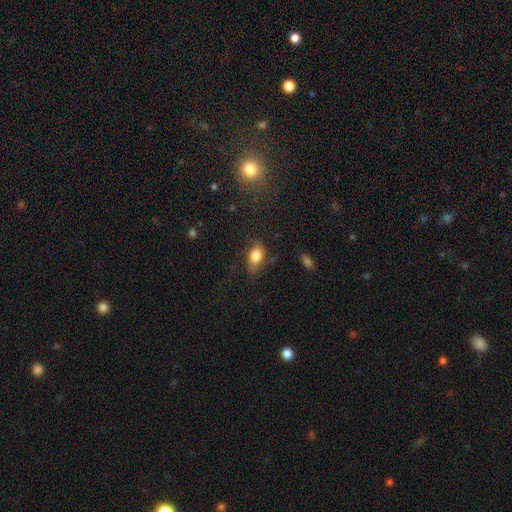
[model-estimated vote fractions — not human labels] This appears to be a smooth galaxy with no disk features (77%) that is in between round and cigar-shaped (82%). Merging: none (57%).